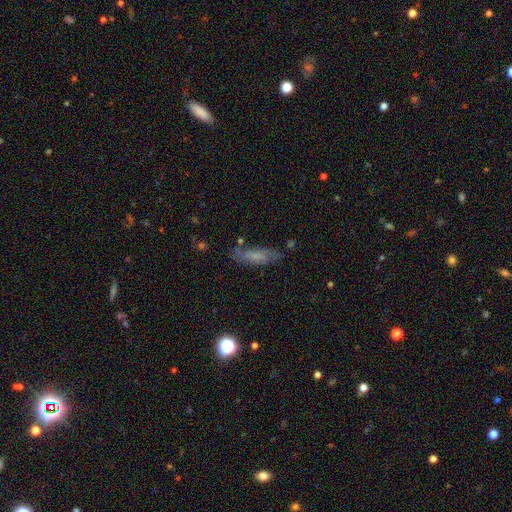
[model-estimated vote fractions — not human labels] smooth_or_featured: featured or disk (p=0.46) [alt: smooth p=0.43]
merging: none (p=0.71) [alt: minor disturbance p=0.19]